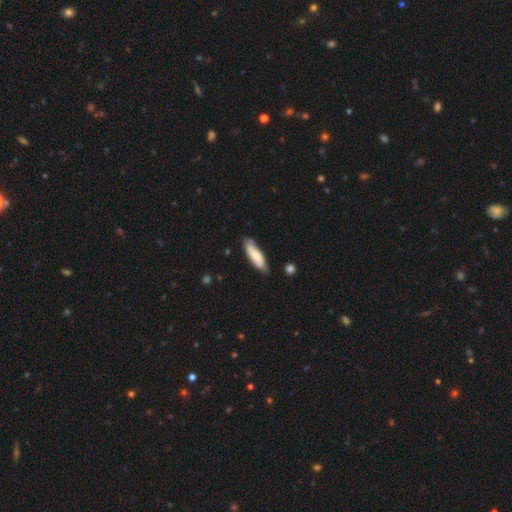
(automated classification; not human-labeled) The model was most divided on "how rounded": cigar-shaped: 51%, in between: 47%, round: 2%. More confident: merging — none (75%); smooth or featured — smooth (67%).